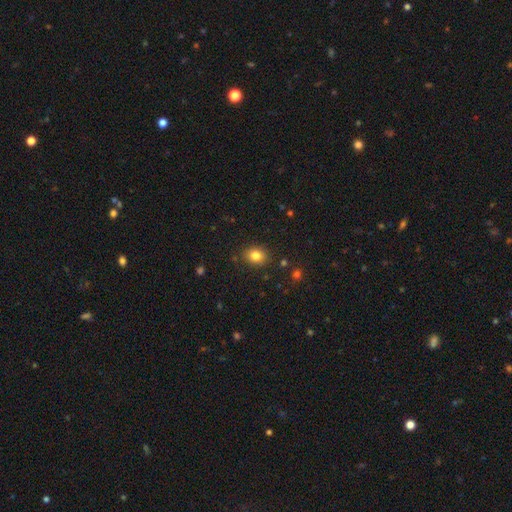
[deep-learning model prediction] Smooth or featured?
  - smooth: 82% *
  - star or artifact: 11%
  - featured or disk: 7%
How rounded?
  - in between: 52% *
  - round: 48%
  - cigar-shaped: 1%
Merging?
  - none: 87% *
  - minor disturbance: 9%
  - major disturbance: 2%
  - merger: 2%